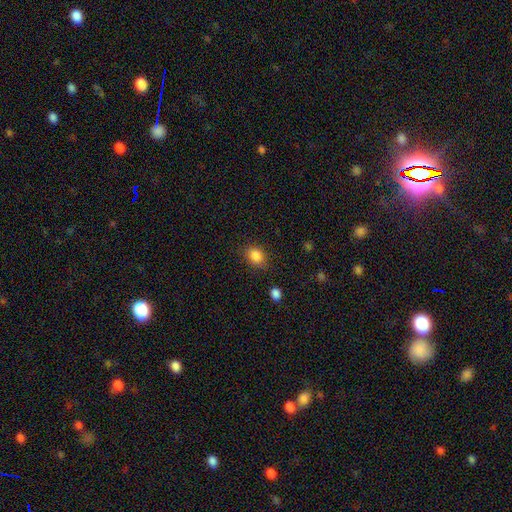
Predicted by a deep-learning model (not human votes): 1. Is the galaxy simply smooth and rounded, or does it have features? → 86% smooth, 10% star or artifact, 5% featured or disk.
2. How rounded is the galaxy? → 63% in between, 36% round, 1% cigar-shaped.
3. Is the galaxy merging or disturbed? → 80% none, 15% minor disturbance, 4% major disturbance, 2% merger.